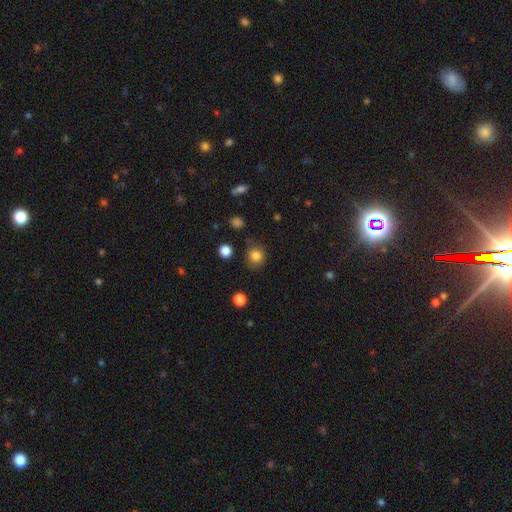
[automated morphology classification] This appears to be a smooth galaxy with no disk features (83%) that is round (87%). Merging: none (83%).